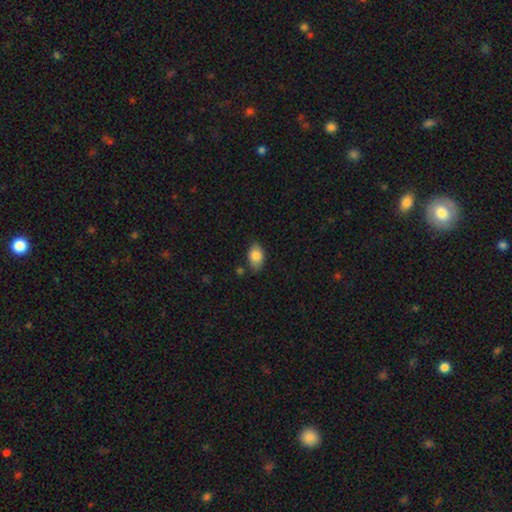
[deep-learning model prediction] Smooth or featured? Predicted: smooth (p=0.84). How rounded? Predicted: in between (p=0.88). Merging? Predicted: none (p=0.75).